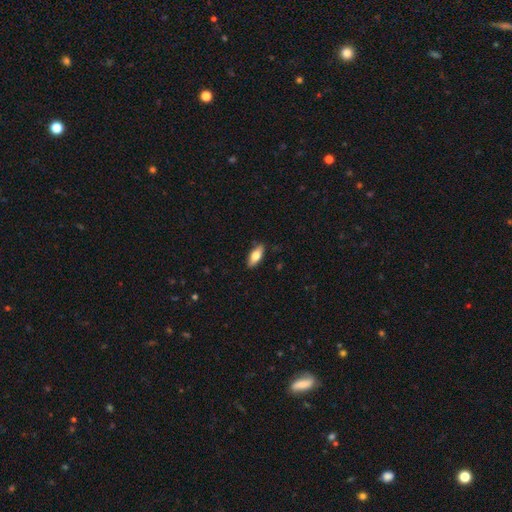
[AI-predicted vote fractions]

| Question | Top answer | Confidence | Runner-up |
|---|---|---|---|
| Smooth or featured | smooth | 70% | featured or disk (24%) |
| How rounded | in between | 76% | cigar-shaped (21%) |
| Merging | none | 85% | minor disturbance (12%) |